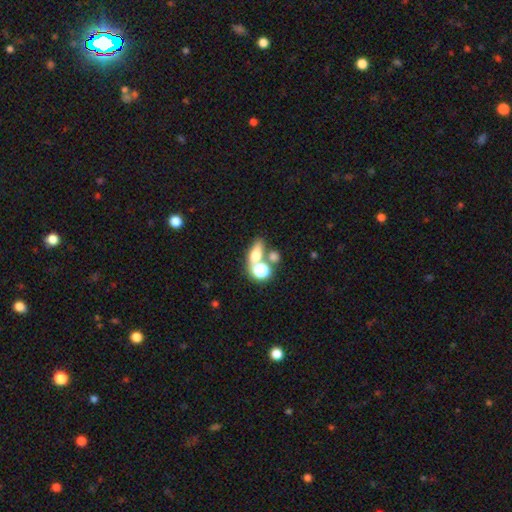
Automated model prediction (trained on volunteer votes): Smooth or featured?
  - smooth: 59% *
  - featured or disk: 22%
  - star or artifact: 19%
How rounded?
  - in between: 55% *
  - round: 31%
  - cigar-shaped: 14%
Merging?
  - none: 46% *
  - merger: 37%
  - minor disturbance: 10%
  - major disturbance: 6%